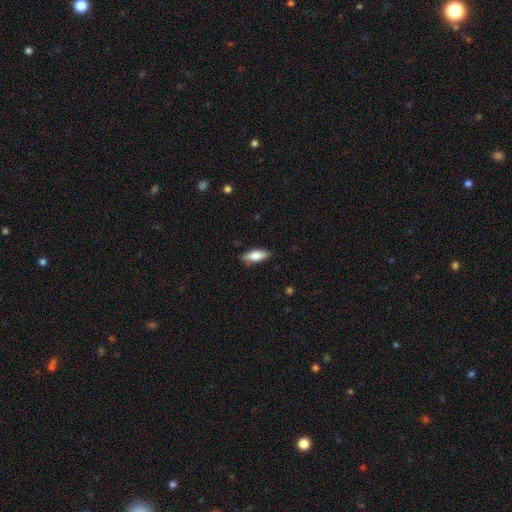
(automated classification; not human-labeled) Smooth or featured: smooth — 78% (featured or disk — 16%)
How rounded: in between — 72% (cigar-shaped — 26%)
Merging: none — 86% (minor disturbance — 11%)